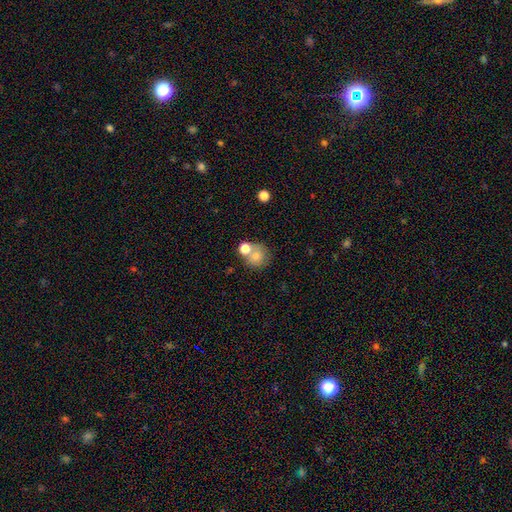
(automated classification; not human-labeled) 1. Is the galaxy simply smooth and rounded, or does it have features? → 75% smooth, 13% featured or disk, 11% star or artifact.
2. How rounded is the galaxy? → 86% round, 13% in between, 1% cigar-shaped.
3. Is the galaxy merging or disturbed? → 55% none, 30% merger, 10% minor disturbance, 4% major disturbance.